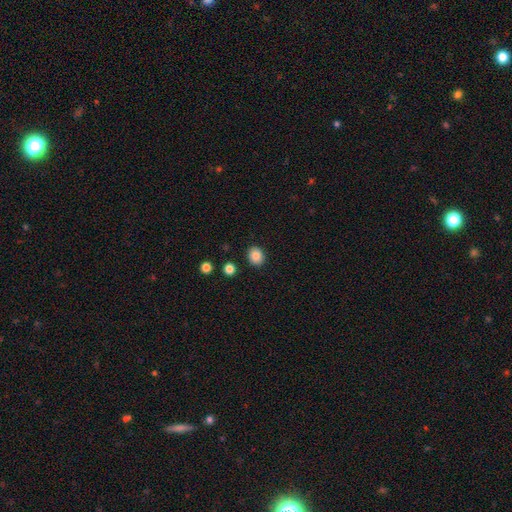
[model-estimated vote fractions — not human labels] smooth 84%, star or artifact 9%, featured or disk 6%. Down the decision tree: how rounded — round (68%); merging — none (89%).